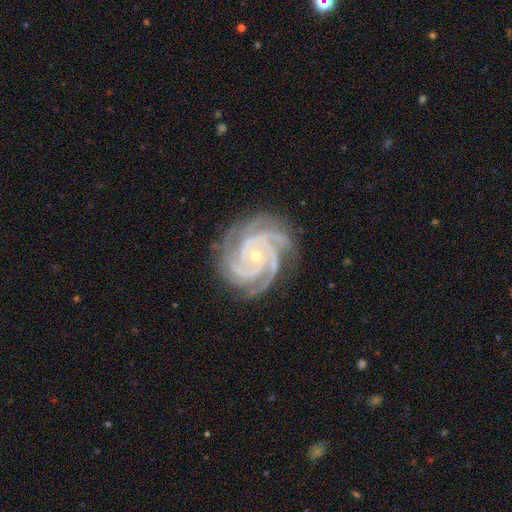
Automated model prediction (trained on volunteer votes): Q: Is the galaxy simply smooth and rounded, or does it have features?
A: featured or disk — 93%.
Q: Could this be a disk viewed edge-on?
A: no — 98%.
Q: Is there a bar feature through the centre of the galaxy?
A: no — 67%.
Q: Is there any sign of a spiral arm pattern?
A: yes — 99%.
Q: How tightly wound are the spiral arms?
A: tight — 77%.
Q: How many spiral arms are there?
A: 3 — 40%.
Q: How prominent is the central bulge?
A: small — 73%.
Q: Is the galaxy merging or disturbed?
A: none — 81%.